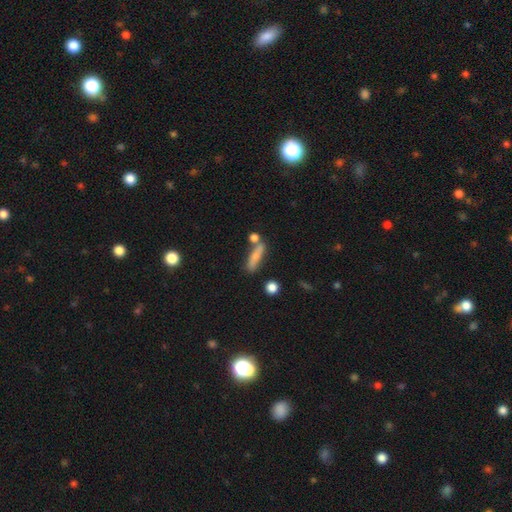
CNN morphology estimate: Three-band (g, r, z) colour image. It shows a smooth galaxy with no disk features (66%) that is cigar-shaped (69%). Merging: none (59%).